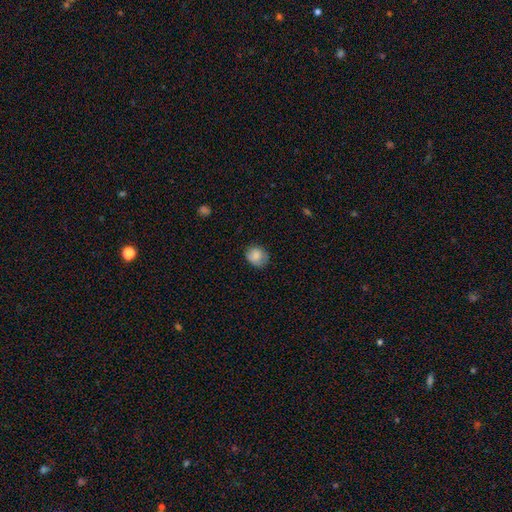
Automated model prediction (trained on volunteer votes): smooth-or-featured: smooth: 83% | featured or disk: 9% | star or artifact: 8%
  how-rounded: round: 63% | in between: 36% | cigar-shaped: 1%
  merging: none: 71% | minor disturbance: 22% | major disturbance: 6% | merger: 1%